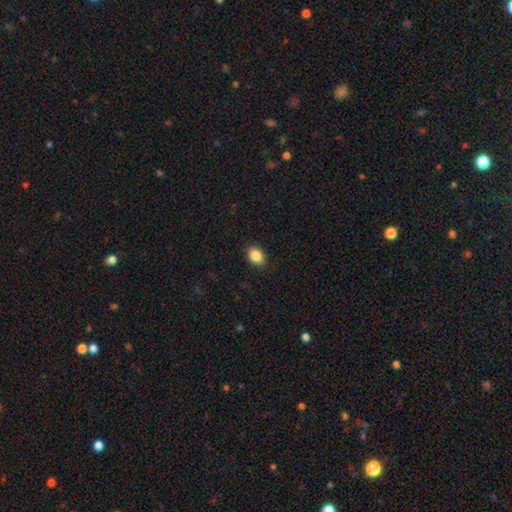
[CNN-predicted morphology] smooth 88%, star or artifact 8%, featured or disk 4%. Down the decision tree: how rounded — in between (71%); merging — none (89%).